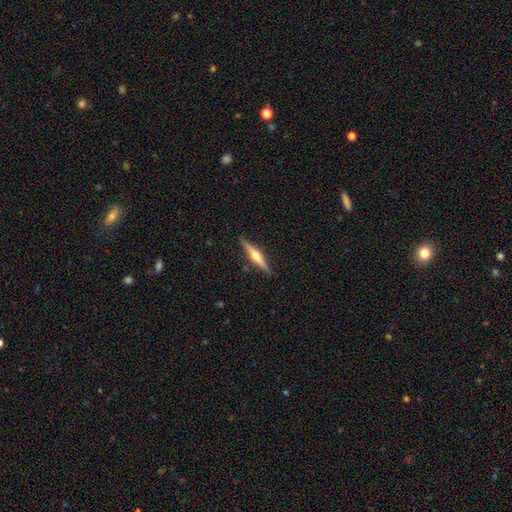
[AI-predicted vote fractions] A featured or disk galaxy (71%) viewed edge-on (98%) with a rounded central bulge (93%).

Vote fractions:
- Smooth or featured? featured or disk: 71% / smooth: 24% / star or artifact: 5%
- Edge-on disk? yes: 98% / no: 2%
- Edge-on bulge? rounded: 93% / boxy: 4% / none: 3%
- Merging? none: 89% / minor disturbance: 8% / major disturbance: 2% / merger: 1%